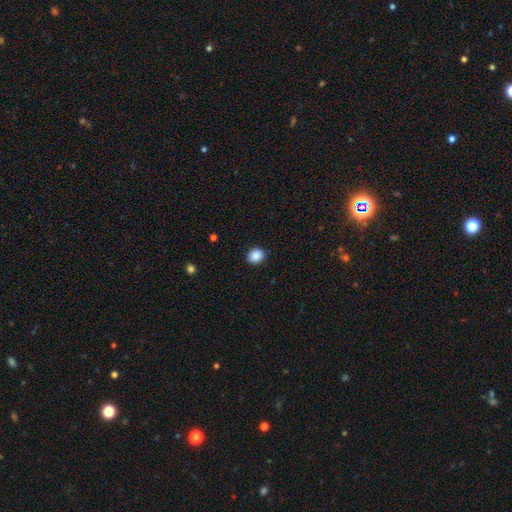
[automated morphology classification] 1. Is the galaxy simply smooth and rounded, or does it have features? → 88% smooth, 9% star or artifact, 3% featured or disk.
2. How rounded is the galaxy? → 70% round, 29% in between, 1% cigar-shaped.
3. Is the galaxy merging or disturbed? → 90% none, 7% minor disturbance, 2% major disturbance, 1% merger.